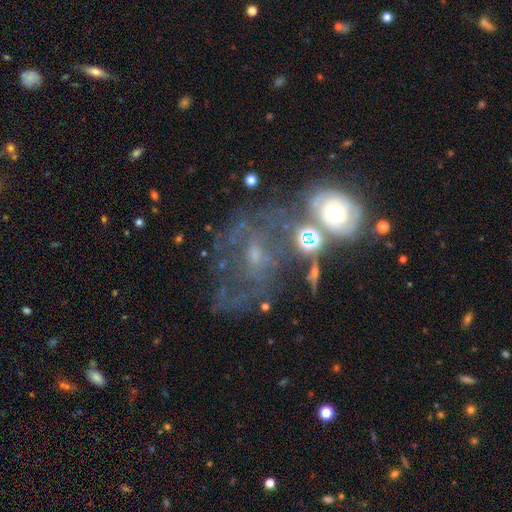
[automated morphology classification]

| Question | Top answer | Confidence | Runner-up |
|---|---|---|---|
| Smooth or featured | featured or disk | 64% | smooth (20%) |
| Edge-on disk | no | 96% | yes (4%) |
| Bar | no | 59% | weak (31%) |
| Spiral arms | yes | 59% | no (41%) |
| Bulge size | small | 51% | moderate (35%) |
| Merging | none | 34% | merger (26%) |